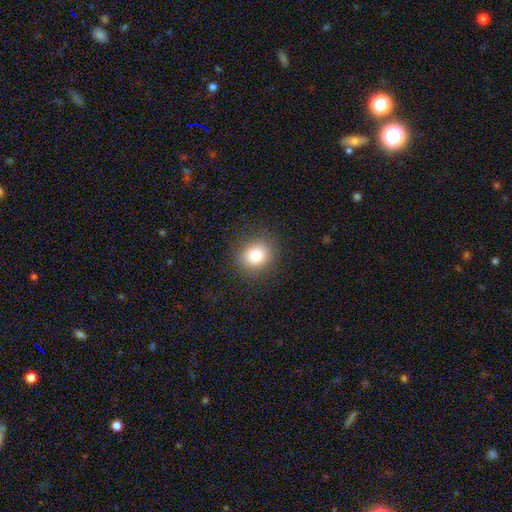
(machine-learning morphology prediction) smooth_or_featured: smooth (p=0.84) [alt: star or artifact p=0.10]
how_rounded: round (p=0.75) [alt: in between p=0.24]
merging: none (p=0.87) [alt: minor disturbance p=0.08]